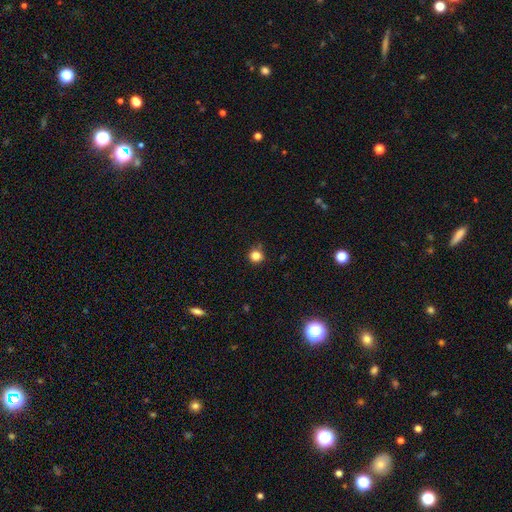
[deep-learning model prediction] Smooth or featured?
  - smooth: 83% *
  - star or artifact: 13%
  - featured or disk: 4%
How rounded?
  - round: 91% *
  - in between: 8%
  - cigar-shaped: 1%
Merging?
  - none: 83% *
  - minor disturbance: 12%
  - merger: 3%
  - major disturbance: 3%